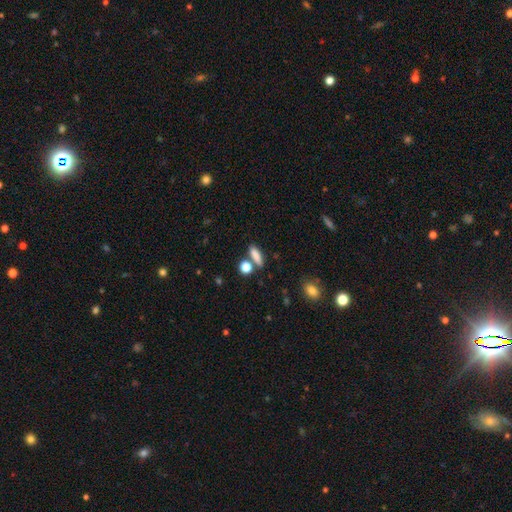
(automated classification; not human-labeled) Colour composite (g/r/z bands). It shows a smooth galaxy with no disk features (82%) that is in between round and cigar-shaped (45%). Merging: none (67%).